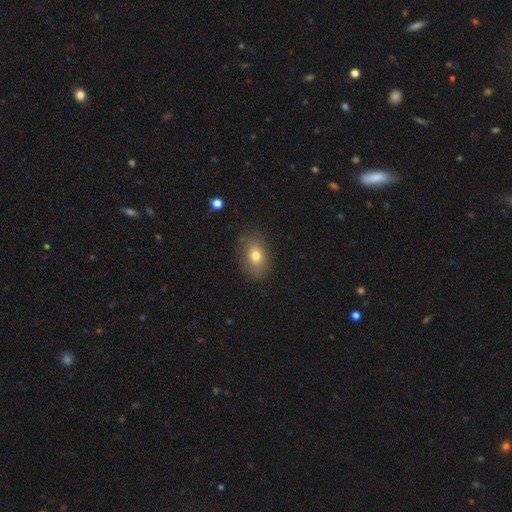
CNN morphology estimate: Smooth or featured: smooth — 74% (featured or disk — 15%)
How rounded: in between — 75% (round — 24%)
Merging: none — 77% (minor disturbance — 17%)